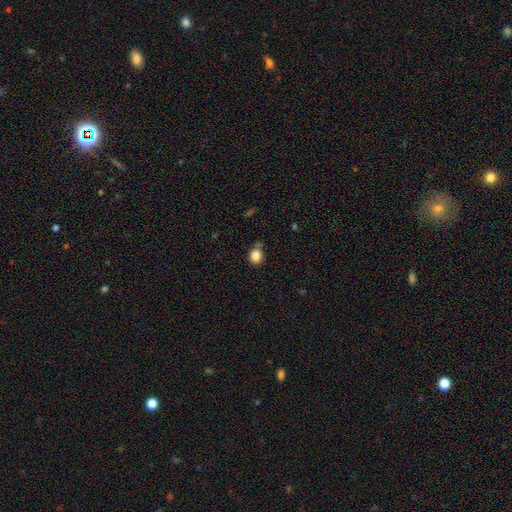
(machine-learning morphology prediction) smooth_or_featured: smooth (p=0.85) [alt: star or artifact p=0.10]
how_rounded: round (p=0.57) [alt: in between p=0.42]
merging: none (p=0.63) [alt: minor disturbance p=0.24]